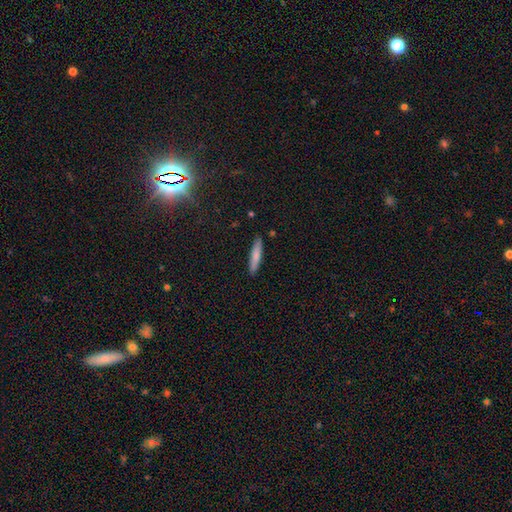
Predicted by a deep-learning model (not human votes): Morphology: type=smooth (77%); roundness=cigar-shaped (88%); merging=none (89%).